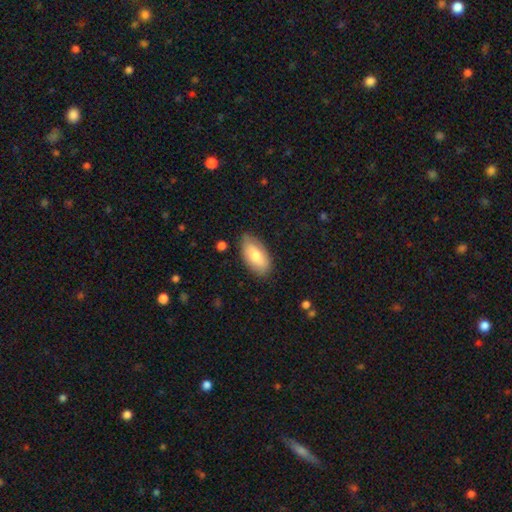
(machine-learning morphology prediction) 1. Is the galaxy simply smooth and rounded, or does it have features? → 75% smooth, 19% featured or disk, 6% star or artifact.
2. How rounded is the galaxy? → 92% in between, 5% cigar-shaped, 3% round.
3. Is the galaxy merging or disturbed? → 80% none, 15% minor disturbance, 3% major disturbance, 1% merger.